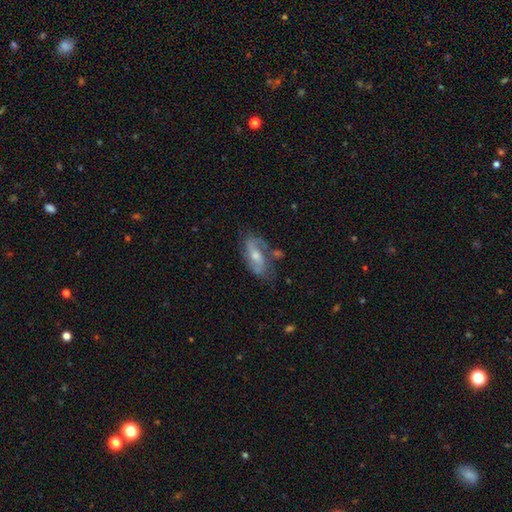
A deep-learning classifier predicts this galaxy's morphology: The model was most divided on "bar": no: 42%, weak: 41%, strong: 17%. Remaining: edge-on disk — no (93%); spiral arms — yes (91%); spiral arm count — 2 (81%); smooth or featured — featured or disk (75%); merging — none (59%); bulge size — moderate (57%); spiral winding — medium (45%).